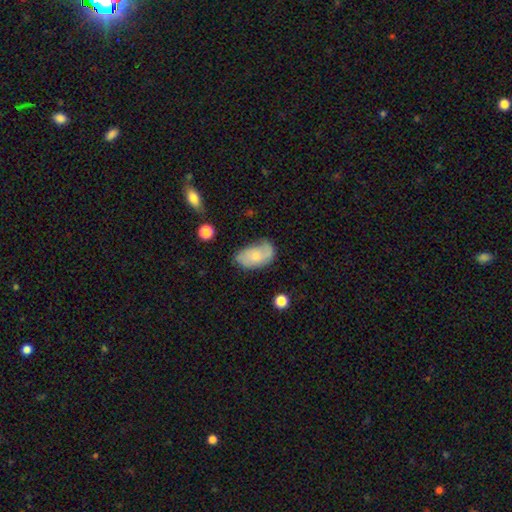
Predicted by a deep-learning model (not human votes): Morphology: type=smooth (57%); roundness=in between (92%); merging=none (47%).